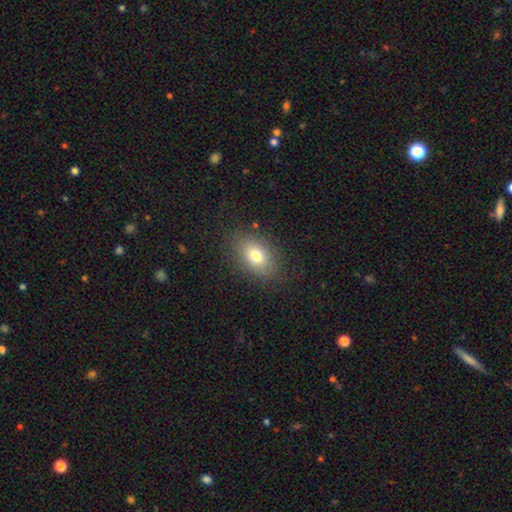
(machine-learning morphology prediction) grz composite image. It shows a smooth galaxy with no disk features (74%) that is in between round and cigar-shaped (81%). Merging: none (82%).